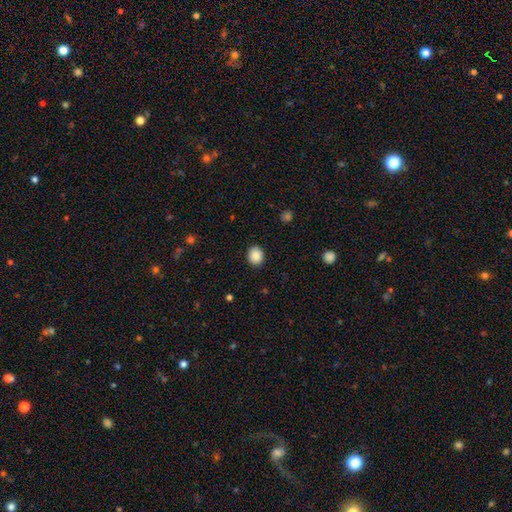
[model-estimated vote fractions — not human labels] The model was most divided on "how rounded": round: 67%, in between: 32%, cigar-shaped: 1%. More confident: merging — none (90%); smooth or featured — smooth (88%).